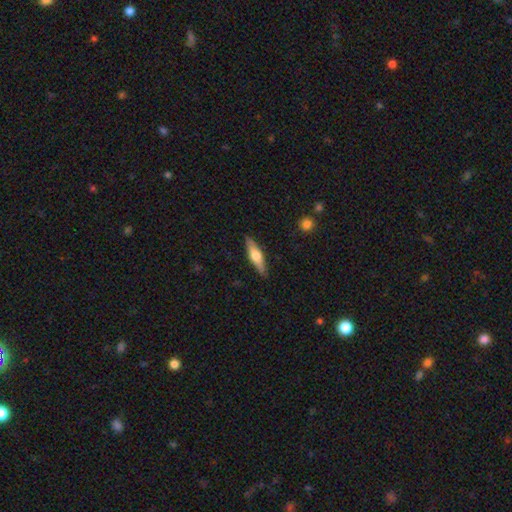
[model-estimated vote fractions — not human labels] A featured or disk galaxy (48%). Merging: none (88%).